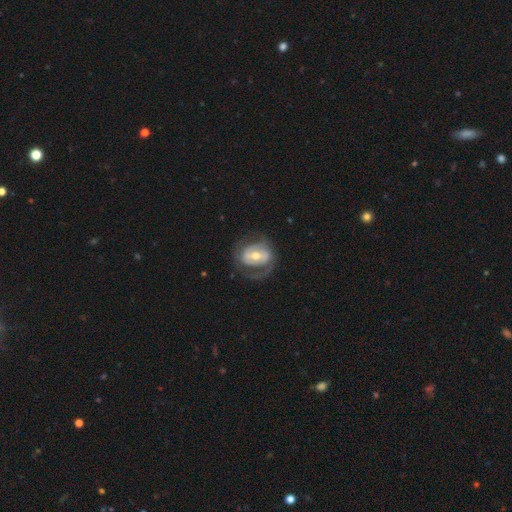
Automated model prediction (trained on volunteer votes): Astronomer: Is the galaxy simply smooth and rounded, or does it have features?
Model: featured or disk — 74%.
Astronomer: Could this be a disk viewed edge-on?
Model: no — 95%.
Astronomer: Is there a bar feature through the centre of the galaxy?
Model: strong — 40% (runner-up: weak, 38%).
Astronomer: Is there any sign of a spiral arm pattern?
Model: yes — 72%.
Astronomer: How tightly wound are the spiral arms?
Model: medium — 40% (runner-up: tight, 37%).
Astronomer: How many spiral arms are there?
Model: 2 — 63%.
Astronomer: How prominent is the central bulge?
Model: moderate — 65%.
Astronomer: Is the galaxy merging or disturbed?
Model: none — 58%.